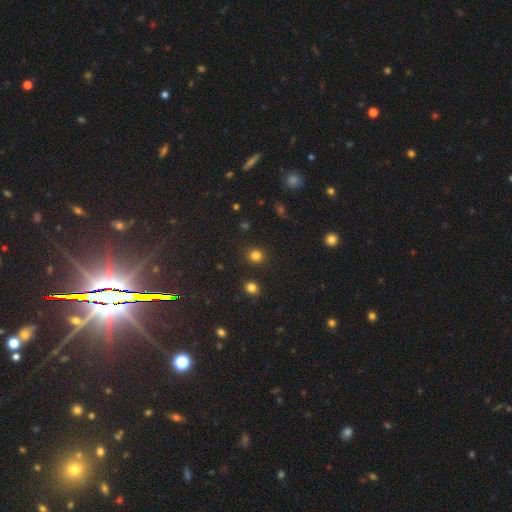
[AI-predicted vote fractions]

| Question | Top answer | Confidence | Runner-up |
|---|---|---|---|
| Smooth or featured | smooth | 82% | star or artifact (14%) |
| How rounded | round | 84% | in between (15%) |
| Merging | none | 87% | minor disturbance (7%) |